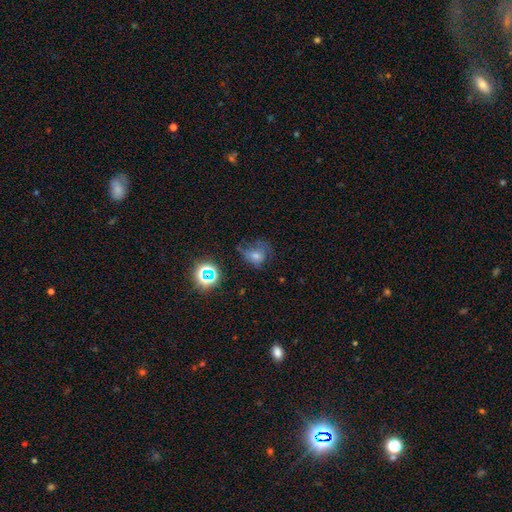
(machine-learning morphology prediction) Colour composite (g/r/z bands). It shows a smooth galaxy with no disk features (49%). Merging: none (40%).